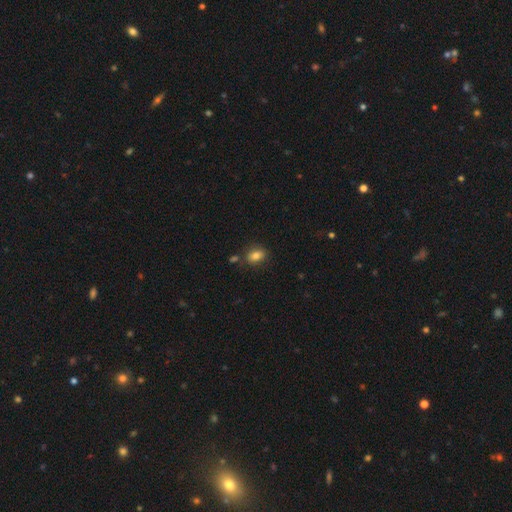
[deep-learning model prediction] Q: Smooth or featured?
A: smooth (83%); runner-up: star or artifact (10%)
Q: How rounded?
A: in between (76%); runner-up: round (22%)
Q: Merging?
A: none (79%); runner-up: minor disturbance (12%)